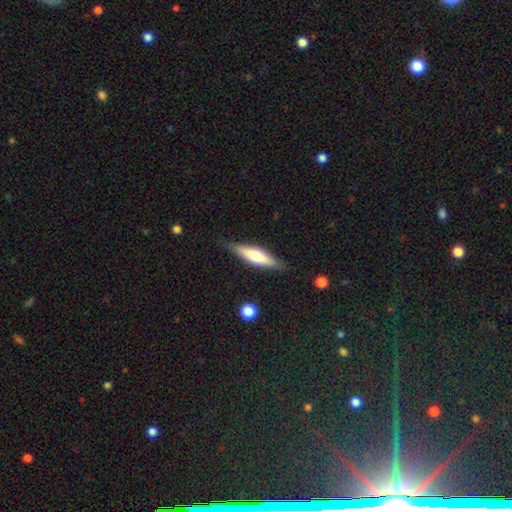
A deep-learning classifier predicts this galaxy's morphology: smooth-or-featured: smooth: 51% | featured or disk: 44% | star or artifact: 6%
  how-rounded: cigar-shaped: 69% | in between: 29% | round: 2%
  merging: none: 84% | minor disturbance: 12% | major disturbance: 2% | merger: 1%